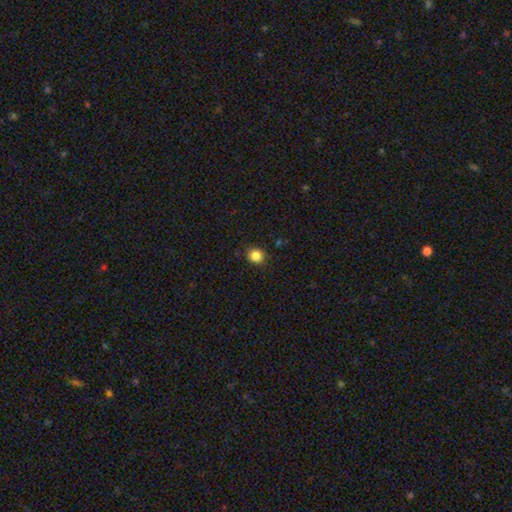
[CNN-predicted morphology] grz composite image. It shows a smooth galaxy with no disk features (84%) that is round (82%). Merging: none (86%).